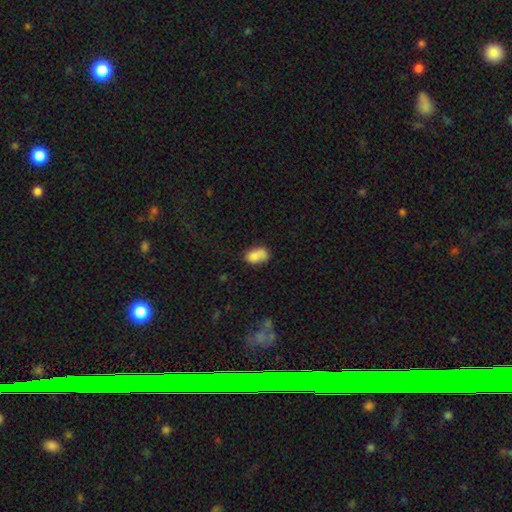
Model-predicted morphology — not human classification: Smooth or featured: smooth — 78% (featured or disk — 13%)
How rounded: in between — 85% (round — 14%)
Merging: none — 46% (minor disturbance — 28%)